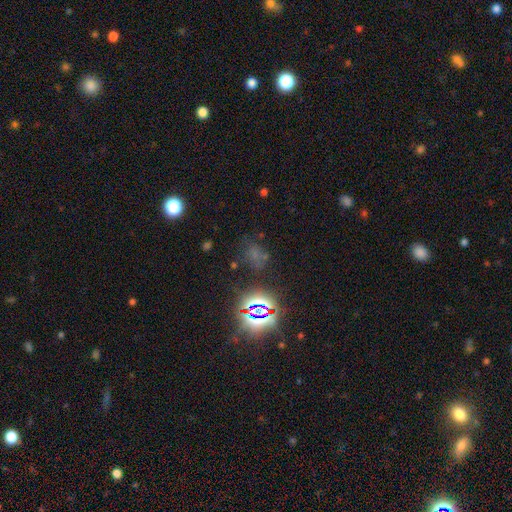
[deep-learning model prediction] A star or artifact, not a galaxy (55%).